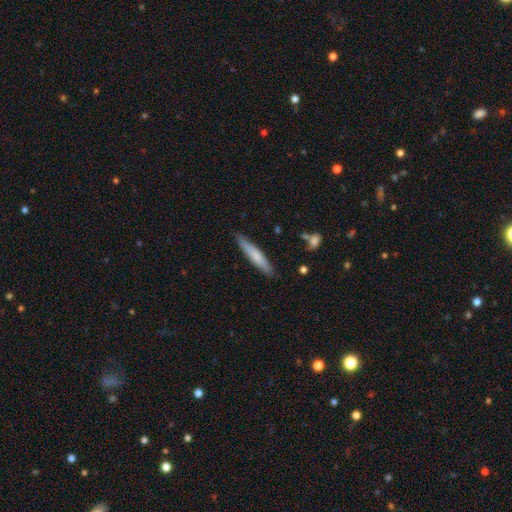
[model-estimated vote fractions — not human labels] Smooth or featured? smooth (69%)
How rounded? cigar-shaped (91%)
Merging? none (85%)